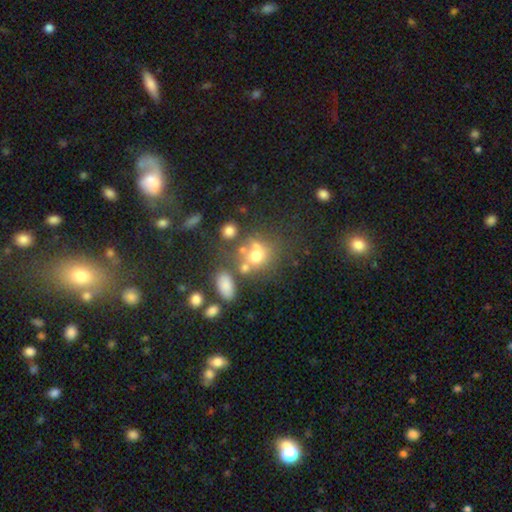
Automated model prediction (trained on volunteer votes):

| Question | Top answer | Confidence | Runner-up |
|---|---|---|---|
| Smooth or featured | smooth | 64% | star or artifact (19%) |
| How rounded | round | 67% | in between (32%) |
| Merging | none | 43% | merger (31%) |